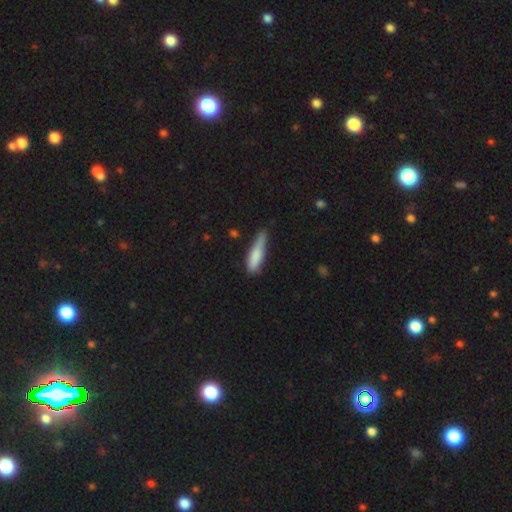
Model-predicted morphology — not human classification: A smooth galaxy with no disk features (78%) that is cigar-shaped (77%).

Vote fractions:
- Smooth or featured? smooth: 78% / featured or disk: 16% / star or artifact: 6%
- How rounded? cigar-shaped: 77% / in between: 22% / round: 2%
- Merging? none: 49% / minor disturbance: 38% / major disturbance: 9% / merger: 4%